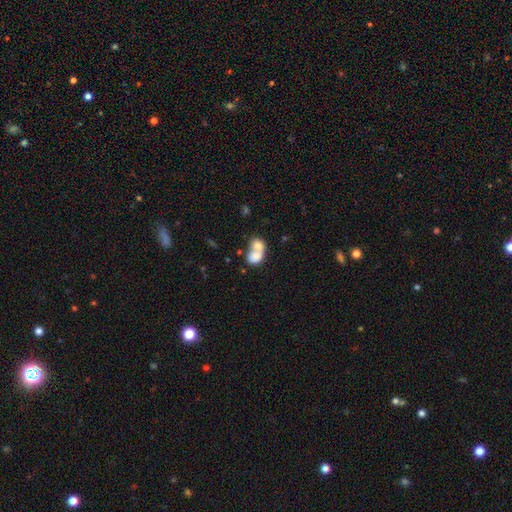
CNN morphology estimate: Q: Smooth or featured?
A: smooth (73%); runner-up: featured or disk (19%)
Q: How rounded?
A: in between (62%); runner-up: round (37%)
Q: Merging?
A: merger (75%); runner-up: none (16%)